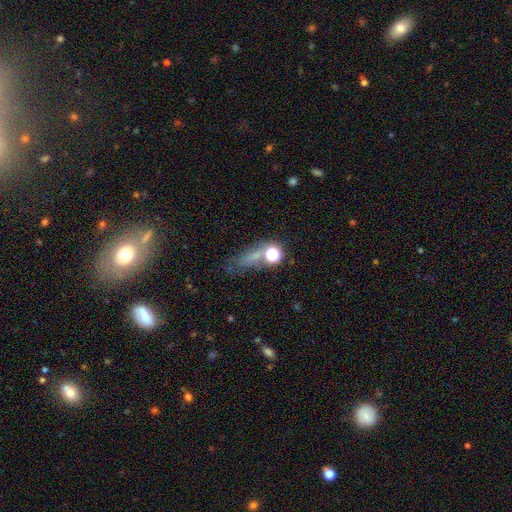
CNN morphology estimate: smooth-or-featured: smooth: 50% | star or artifact: 33% | featured or disk: 17%
  merging: none: 54% | minor disturbance: 17% | merger: 15% | major disturbance: 14%